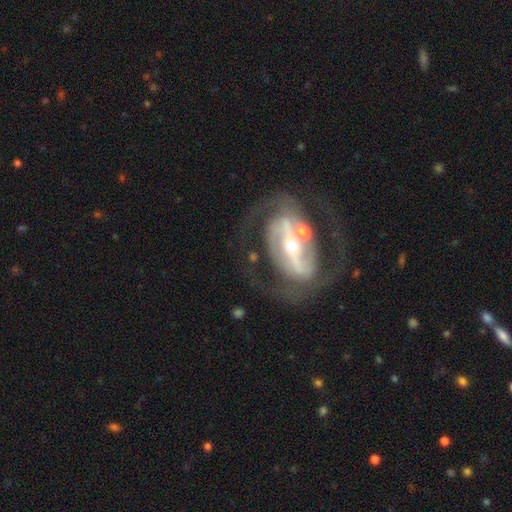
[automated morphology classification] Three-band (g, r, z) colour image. It shows a featured or disk galaxy (84%) with a strong bar (46%), 2 (68%) medium (41%) spiral arms (80%) and a small central bulge (48%). Merging: none (52%).